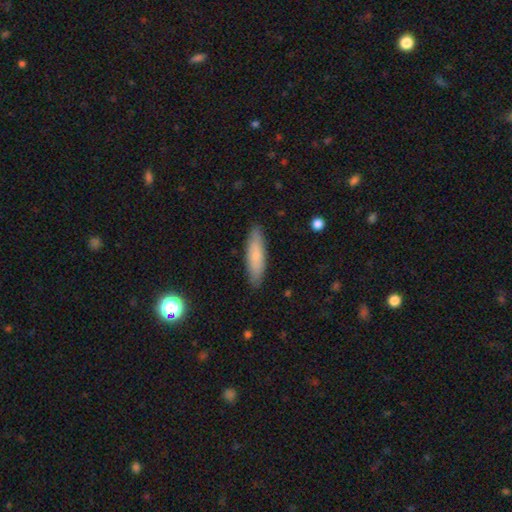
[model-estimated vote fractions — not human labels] This appears to be a smooth galaxy with no disk features (78%) that is cigar-shaped (67%). Merging: none (88%).